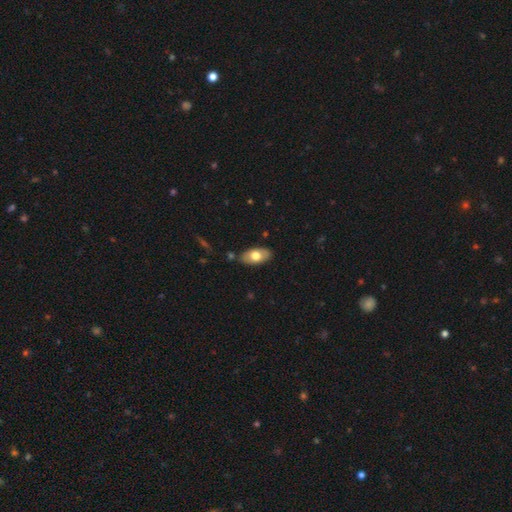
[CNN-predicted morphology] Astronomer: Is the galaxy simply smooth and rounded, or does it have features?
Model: smooth — 66%.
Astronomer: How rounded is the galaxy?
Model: in between — 93%.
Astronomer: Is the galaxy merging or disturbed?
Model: none — 82%.